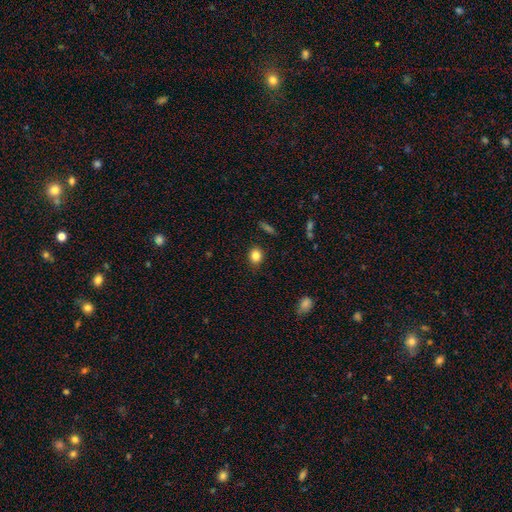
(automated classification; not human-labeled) smooth_or_featured: smooth (p=0.84) [alt: star or artifact p=0.10]
how_rounded: round (p=0.59) [alt: in between p=0.39]
merging: none (p=0.87) [alt: minor disturbance p=0.10]